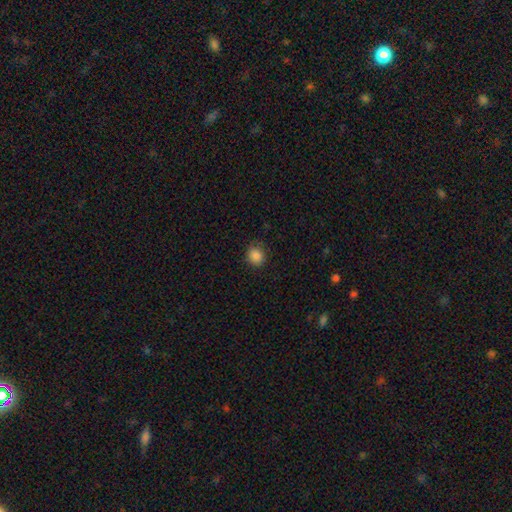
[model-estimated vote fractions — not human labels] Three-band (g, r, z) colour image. It shows a smooth galaxy with no disk features (86%) that is round (76%). Merging: none (82%).